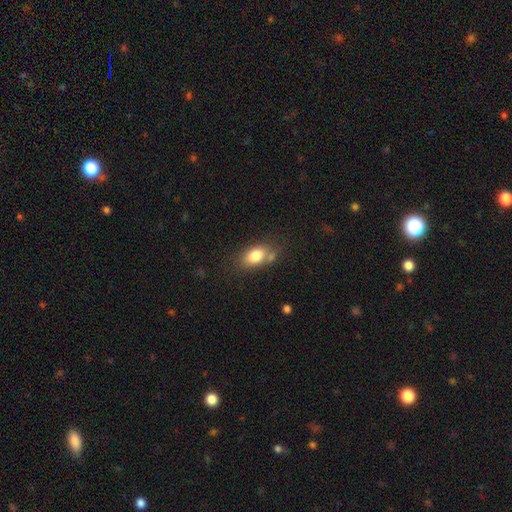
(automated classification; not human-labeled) A smooth galaxy with no disk features (82%) that is in between round and cigar-shaped (87%). Merging: none (63%).